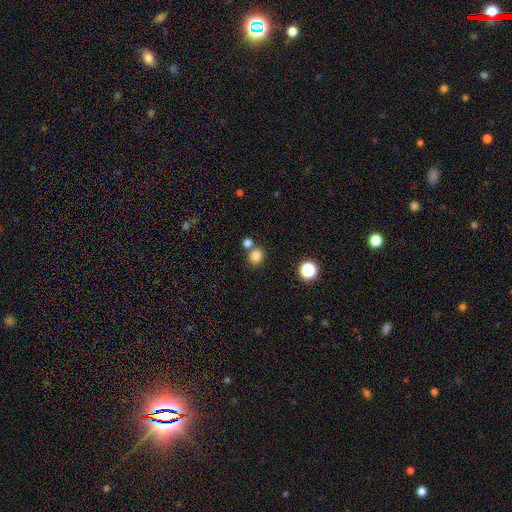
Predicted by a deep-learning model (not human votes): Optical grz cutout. It shows a smooth galaxy with no disk features (82%) that is round (82%). Merging: none (71%).